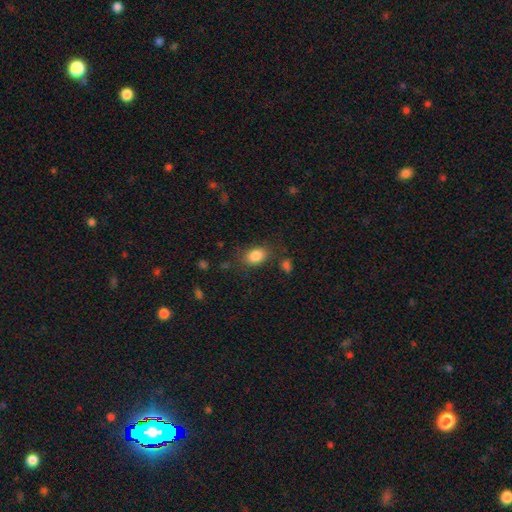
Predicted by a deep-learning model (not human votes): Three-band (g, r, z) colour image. It shows a smooth galaxy with no disk features (85%) that is in between round and cigar-shaped (78%). Merging: none (76%).